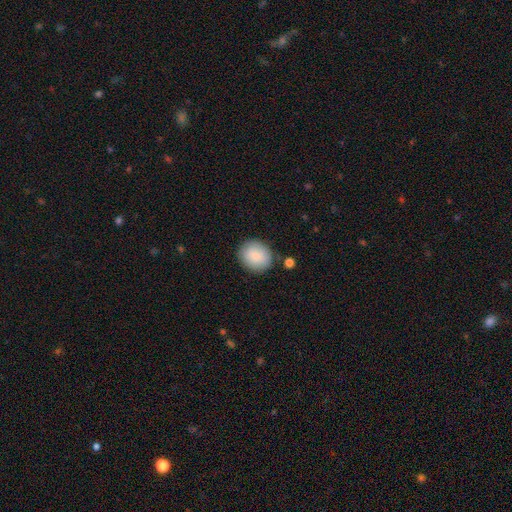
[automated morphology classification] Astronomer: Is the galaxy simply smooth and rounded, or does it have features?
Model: smooth — 85%.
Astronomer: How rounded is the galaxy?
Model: round — 76%.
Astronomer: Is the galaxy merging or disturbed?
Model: none — 83%.